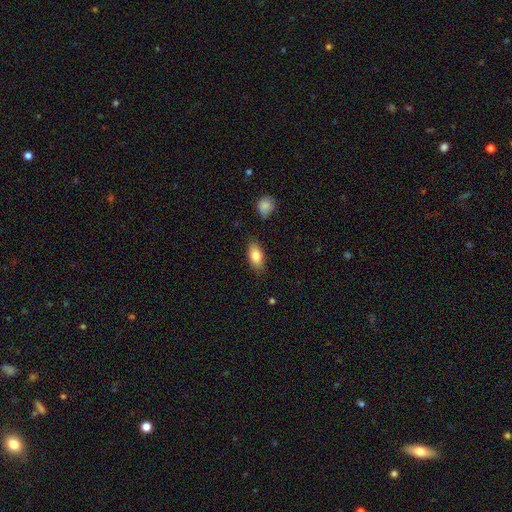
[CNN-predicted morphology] This appears to be a smooth galaxy with no disk features (83%) that is in between round and cigar-shaped (89%). Merging: none (83%).